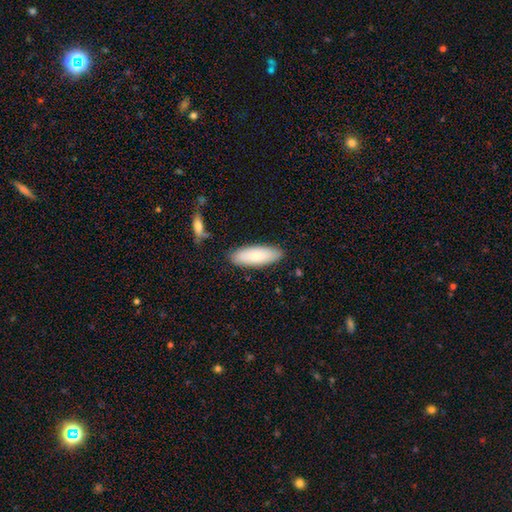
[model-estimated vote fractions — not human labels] Smooth or featured: smooth — 80% (featured or disk — 14%)
How rounded: in between — 64% (cigar-shaped — 34%)
Merging: none — 85% (minor disturbance — 11%)